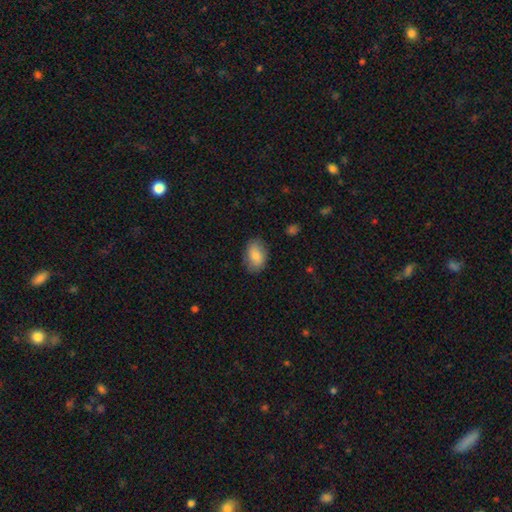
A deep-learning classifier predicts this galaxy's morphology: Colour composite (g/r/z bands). It shows a smooth galaxy with no disk features (83%) that is in between round and cigar-shaped (87%). Merging: none (80%).